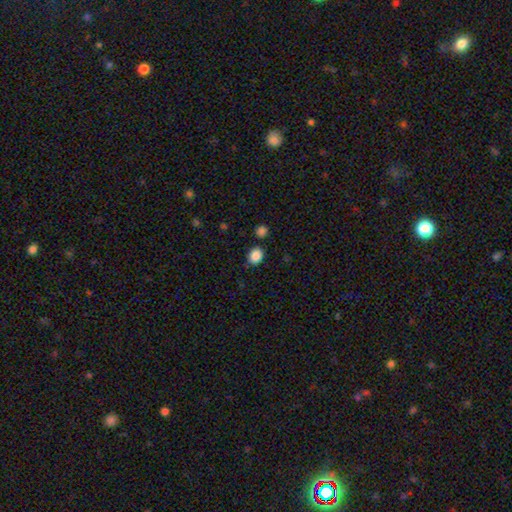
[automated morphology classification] smooth-or-featured: smooth: 87% | star or artifact: 9% | featured or disk: 3%
  how-rounded: round: 59% | in between: 40% | cigar-shaped: 1%
  merging: none: 82% | minor disturbance: 10% | merger: 5% | major disturbance: 3%